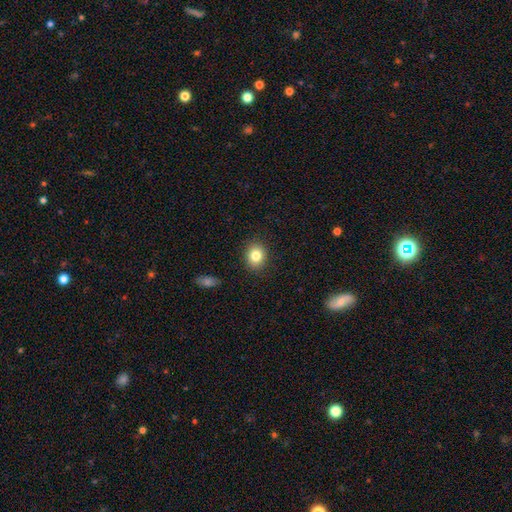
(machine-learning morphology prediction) type=smooth (83%); roundness=round (66%); merging=none (89%).